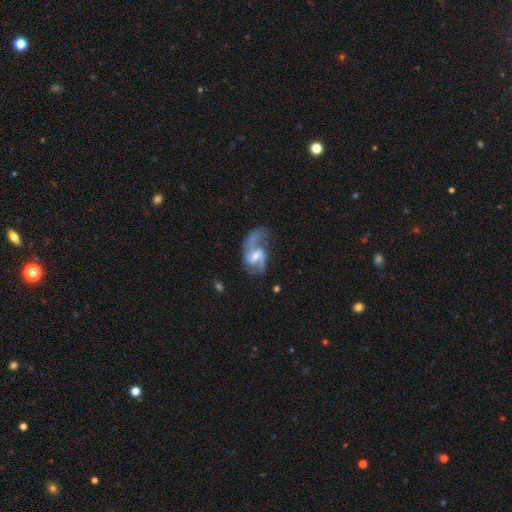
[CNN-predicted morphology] smooth-or-featured: featured or disk: 84% | smooth: 10% | star or artifact: 6%
  disk-edge-on: no: 97% | yes: 3%
    bar: weak: 56% | strong: 24% | no: 20%
    has-spiral-arms: yes: 94% | no: 6%
      spiral-winding: loose: 51% | medium: 40% | tight: 9%
      spiral-arm-count: 2: 82% | 1: 8% | can't tell: 4% | 3: 2% | 4: 1% | more than 4: 1%
    bulge-size: moderate: 46% | small: 41% | none: 7% | large: 5% | dominant: 1%
  merging: none: 48% | major disturbance: 27% | minor disturbance: 21% | merger: 5%